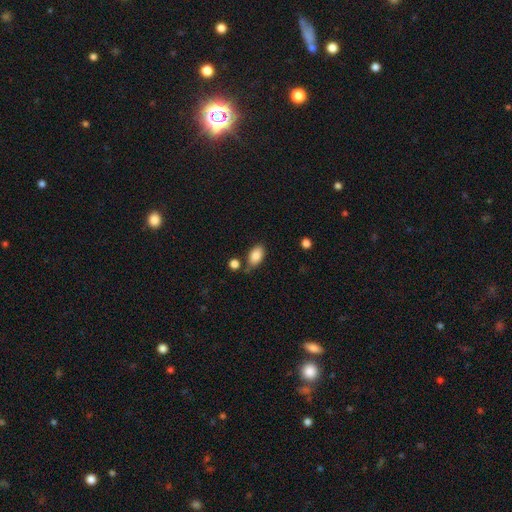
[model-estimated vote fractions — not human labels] smooth_or_featured: smooth (p=0.85) [alt: star or artifact p=0.08]
how_rounded: in between (p=0.92) [alt: round p=0.06]
merging: none (p=0.69) [alt: minor disturbance p=0.17]